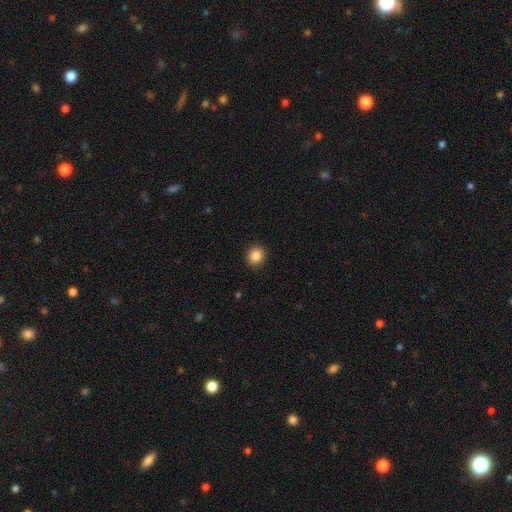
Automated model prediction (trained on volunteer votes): smooth 86%, star or artifact 10%, featured or disk 4%. Down the decision tree: how rounded — round (81%); merging — none (91%).